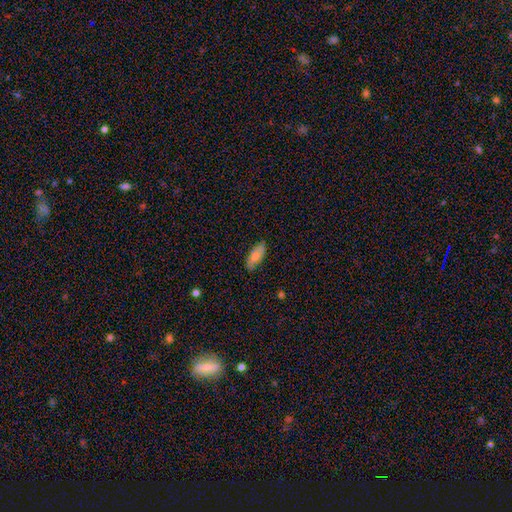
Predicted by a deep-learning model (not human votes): Q: Smooth or featured?
A: smooth (73%); runner-up: featured or disk (21%)
Q: How rounded?
A: in between (81%); runner-up: cigar-shaped (17%)
Q: Merging?
A: none (80%); runner-up: minor disturbance (16%)